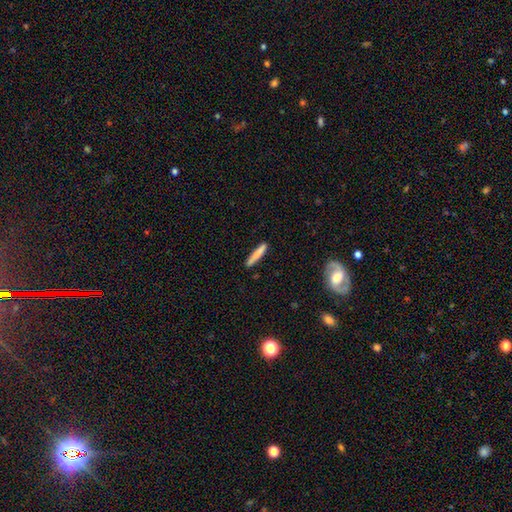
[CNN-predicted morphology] Overall: smooth (75%). How rounded: cigar-shaped (93%). Merging: none (87%).